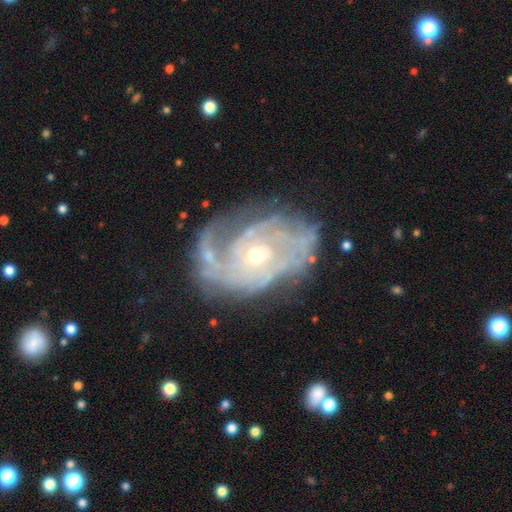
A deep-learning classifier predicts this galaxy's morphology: featured or disk 86%, smooth 7%, star or artifact 6%. Down the decision tree: edge-on disk — no (96%); bar — no (71%); spiral arms — yes (92%); spiral arm count — can't tell (36%); spiral winding — tight (59%); bulge size — small (50%); merging — none (60%).